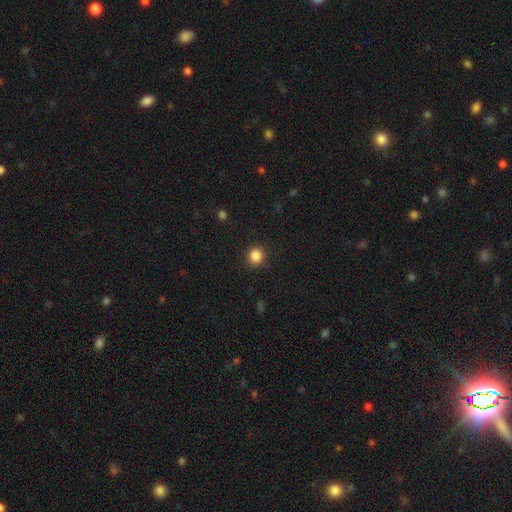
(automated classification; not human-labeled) This is clearly a smooth galaxy (86%). How rounded: clearly round (88%). Merging: clearly none (89%).